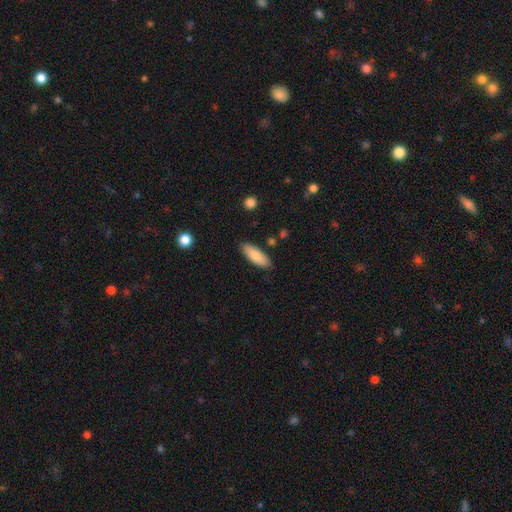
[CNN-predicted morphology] This appears to be a smooth galaxy with no disk features (81%) that is in between round and cigar-shaped (64%). Merging: none (87%).